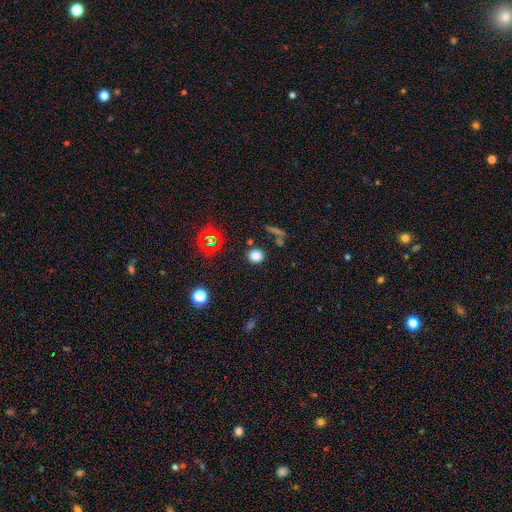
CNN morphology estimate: This is likely a smooth galaxy (77%). How rounded: likely round (79%). Merging: clearly none (84%).